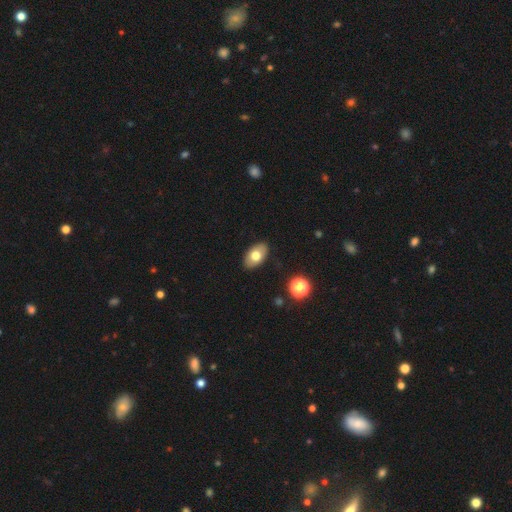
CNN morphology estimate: Smooth or featured? Predicted: smooth (p=0.72). How rounded? Predicted: in between (p=0.92). Merging? Predicted: none (p=0.88).